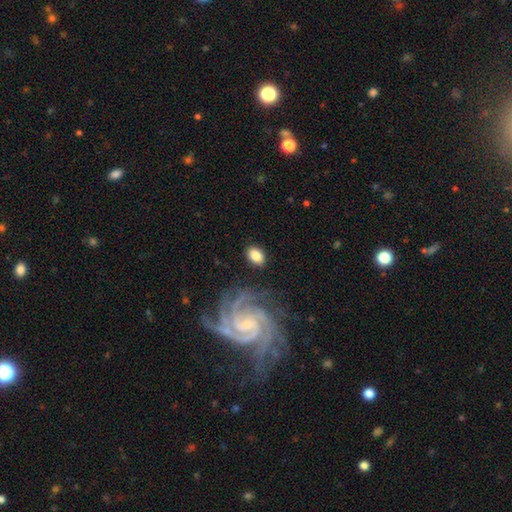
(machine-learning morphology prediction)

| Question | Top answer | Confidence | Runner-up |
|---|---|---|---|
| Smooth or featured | smooth | 77% | featured or disk (16%) |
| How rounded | in between | 80% | round (19%) |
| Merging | none | 83% | minor disturbance (10%) |